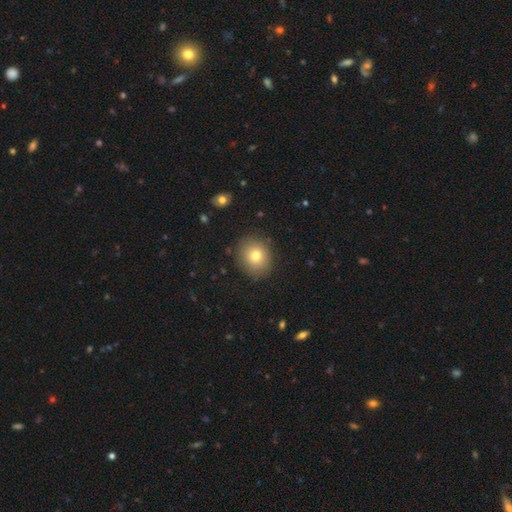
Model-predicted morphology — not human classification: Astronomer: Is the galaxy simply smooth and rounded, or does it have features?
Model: smooth — 78%.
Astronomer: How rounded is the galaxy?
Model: round — 78%.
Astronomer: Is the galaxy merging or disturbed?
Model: none — 87%.